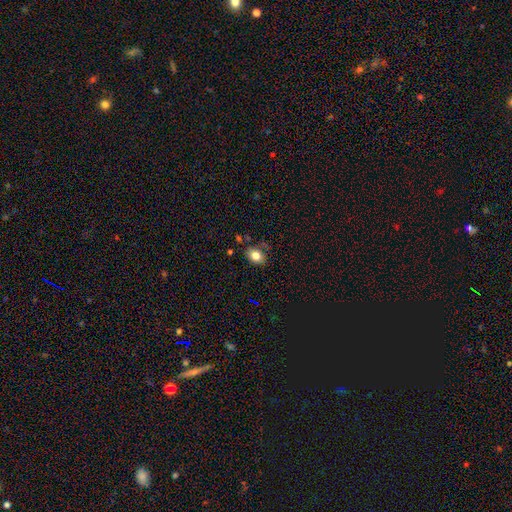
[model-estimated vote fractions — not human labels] Smooth or featured? Predicted: smooth (p=0.80). How rounded? Predicted: in between (p=0.62). Merging? Predicted: none (p=0.75).